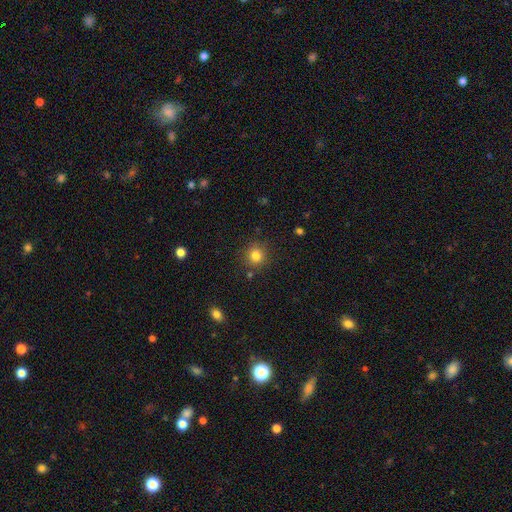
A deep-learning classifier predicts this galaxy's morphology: Q: Smooth or featured?
A: smooth (81%); runner-up: star or artifact (13%)
Q: How rounded?
A: round (91%); runner-up: in between (8%)
Q: Merging?
A: none (86%); runner-up: minor disturbance (8%)